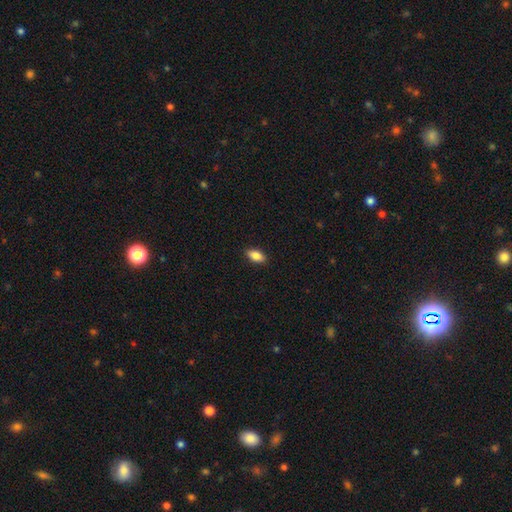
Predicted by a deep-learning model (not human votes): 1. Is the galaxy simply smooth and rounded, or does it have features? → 86% smooth, 7% star or artifact, 7% featured or disk.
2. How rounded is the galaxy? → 91% in between, 5% cigar-shaped, 4% round.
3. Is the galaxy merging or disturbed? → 90% none, 8% minor disturbance, 2% major disturbance, 1% merger.